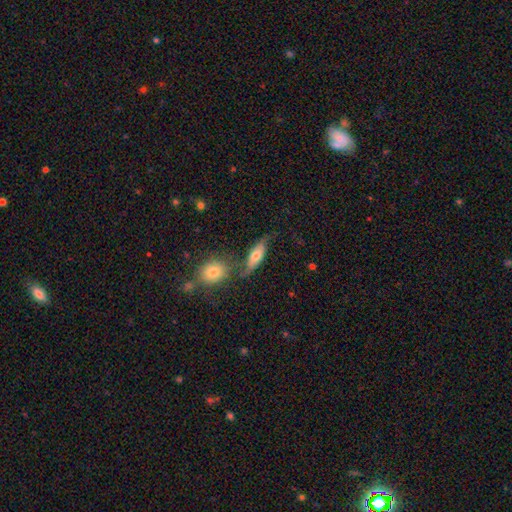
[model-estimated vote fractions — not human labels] smooth_or_featured: smooth (p=0.57) [alt: featured or disk p=0.36]
how_rounded: in between (p=0.67) [alt: cigar-shaped p=0.28]
merging: none (p=0.51) [alt: minor disturbance p=0.21]